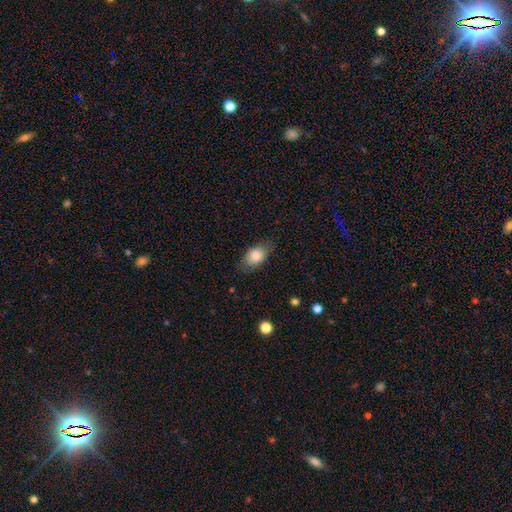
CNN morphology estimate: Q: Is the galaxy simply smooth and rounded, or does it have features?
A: smooth — 81%.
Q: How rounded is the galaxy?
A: in between — 84%.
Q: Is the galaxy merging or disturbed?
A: none — 77%.